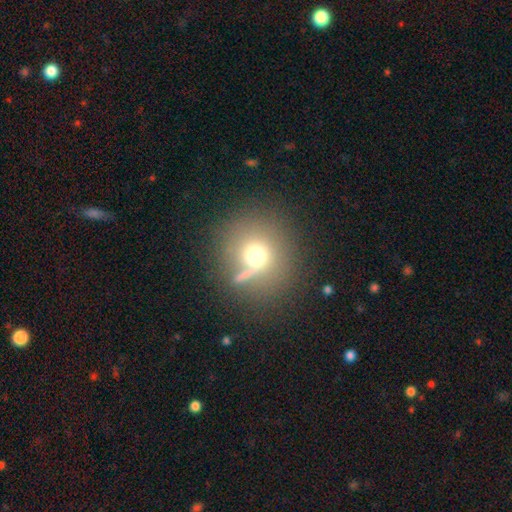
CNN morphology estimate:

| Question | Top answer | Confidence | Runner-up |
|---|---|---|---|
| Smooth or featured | smooth | 65% | featured or disk (17%) |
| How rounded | round | 90% | in between (9%) |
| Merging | none | 65% | minor disturbance (13%) |